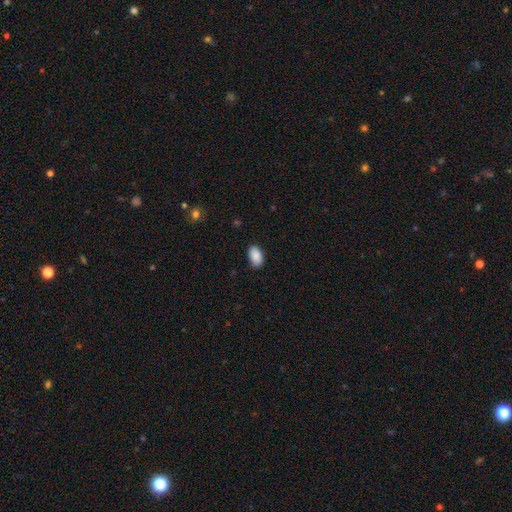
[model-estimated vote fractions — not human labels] Smooth or featured? Predicted: smooth (p=0.89). How rounded? Predicted: in between (p=0.93). Merging? Predicted: none (p=0.82).